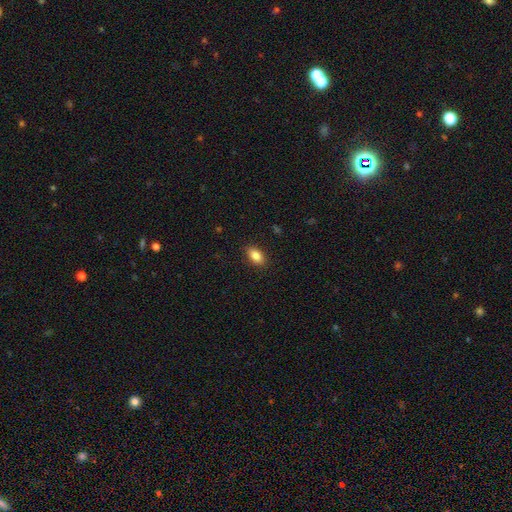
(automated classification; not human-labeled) Overall: smooth (85%). How rounded: in between (90%). Merging: none (89%).